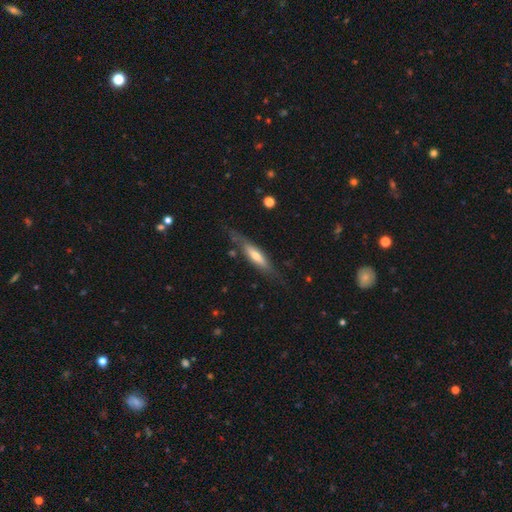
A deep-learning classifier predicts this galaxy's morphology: The model was most divided on "smooth or featured": featured or disk: 54%, smooth: 41%, star or artifact: 6%. More confident: edge-on disk — yes (81%); merging — none (72%).